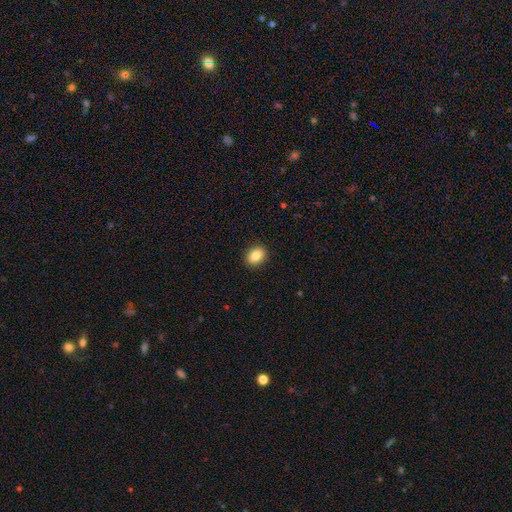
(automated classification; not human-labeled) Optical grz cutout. It shows a smooth galaxy with no disk features (84%) that is in between round and cigar-shaped (53%). Merging: none (91%).